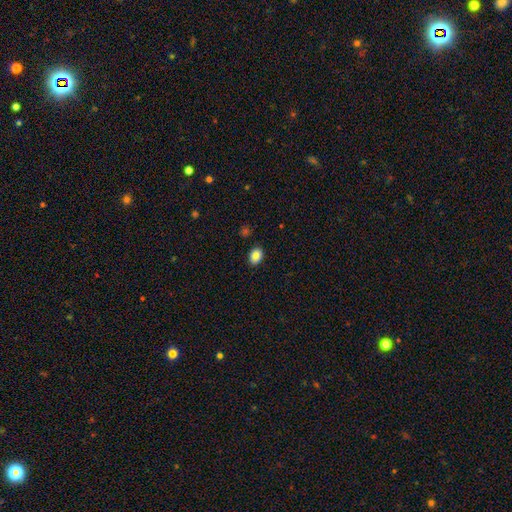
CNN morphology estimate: A smooth galaxy with no disk features (87%) that is in between round and cigar-shaped (75%). Merging: none (87%).